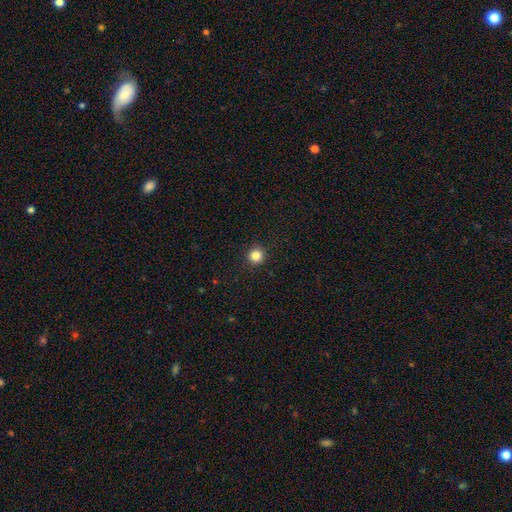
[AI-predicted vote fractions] The model was most divided on "smooth or featured": smooth: 84%, star or artifact: 12%, featured or disk: 4%. More confident: how rounded — round (95%); merging — none (93%).